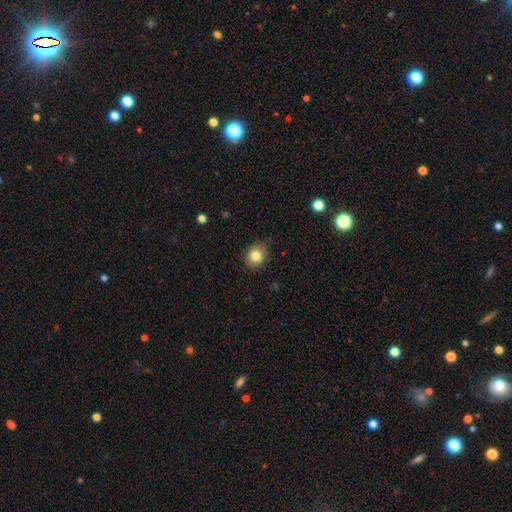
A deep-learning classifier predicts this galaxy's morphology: A smooth galaxy with no disk features (82%) that is round (68%). Merging: none (82%).